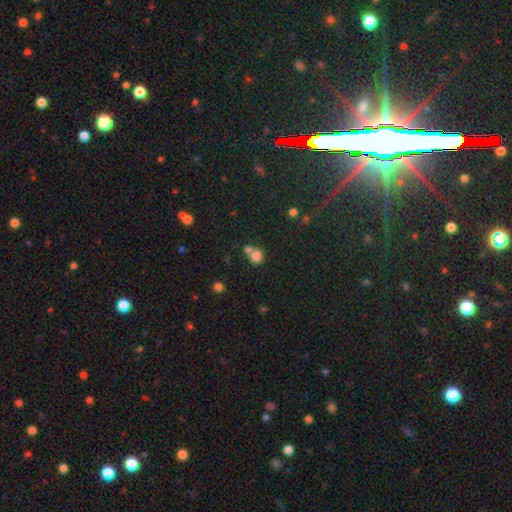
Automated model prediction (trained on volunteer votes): This appears to be a smooth galaxy with no disk features (77%) that is round (62%). Merging: merger (48%).